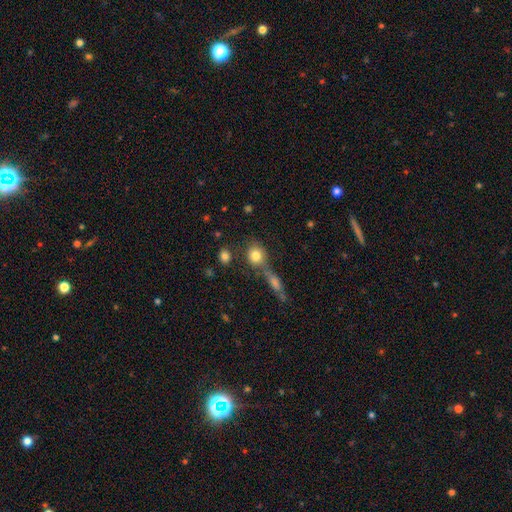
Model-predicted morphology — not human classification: smooth_or_featured: smooth (p=0.81) [alt: star or artifact p=0.10]
how_rounded: round (p=0.71) [alt: in between p=0.26]
merging: none (p=0.56) [alt: merger p=0.28]